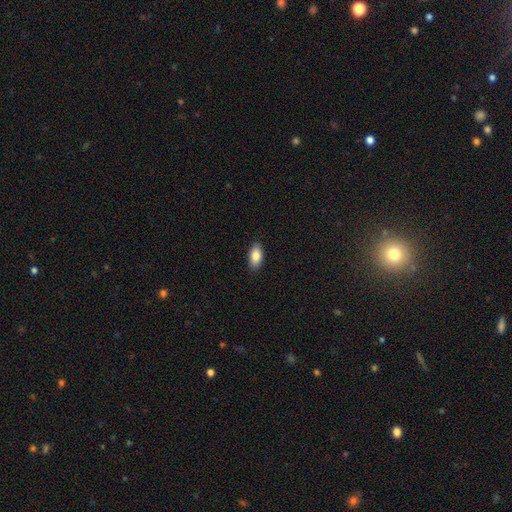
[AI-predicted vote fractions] Q: Smooth or featured?
A: smooth (86%); runner-up: featured or disk (8%)
Q: How rounded?
A: in between (92%); runner-up: cigar-shaped (5%)
Q: Merging?
A: none (89%); runner-up: minor disturbance (8%)